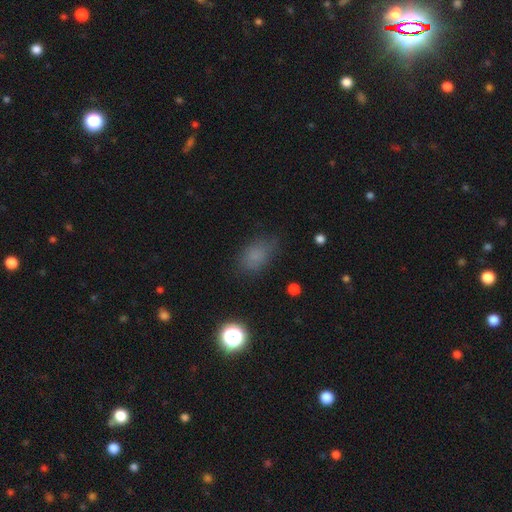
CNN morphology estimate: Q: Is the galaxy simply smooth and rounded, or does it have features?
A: smooth — 76%.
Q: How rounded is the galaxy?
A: in between — 78%.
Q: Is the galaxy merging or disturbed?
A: none — 71%.